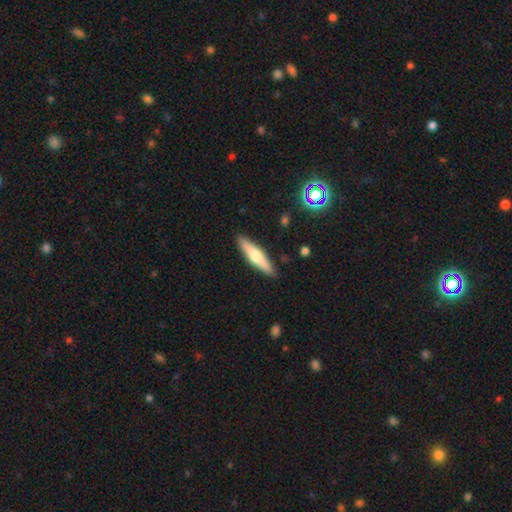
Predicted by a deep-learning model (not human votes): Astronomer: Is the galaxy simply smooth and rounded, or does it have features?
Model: smooth — 47%, tied with featured or disk at 47%.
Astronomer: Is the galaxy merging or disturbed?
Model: none — 90%.